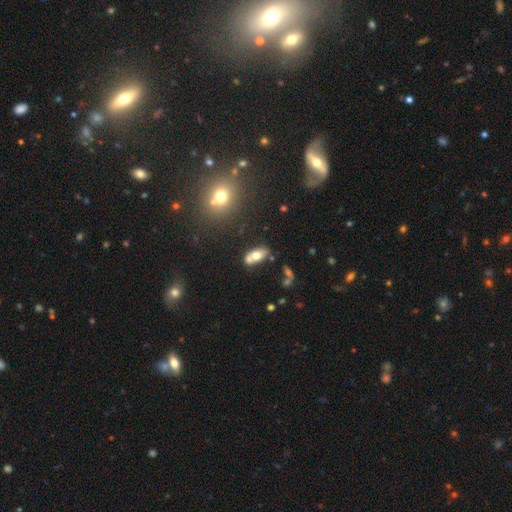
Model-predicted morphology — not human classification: This is likely a smooth galaxy (63%). How rounded: clearly in between (85%). Merging: possibly none (50%).